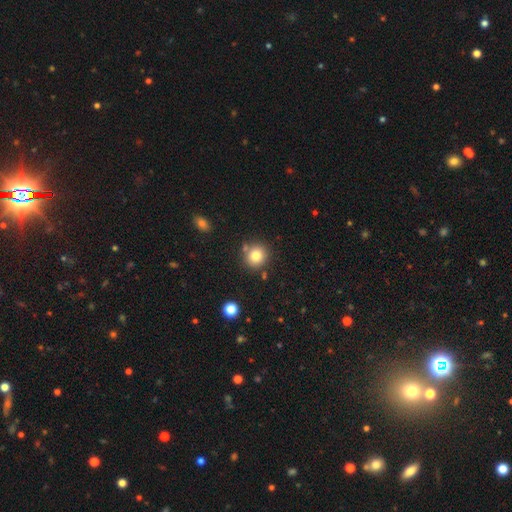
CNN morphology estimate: The model was most divided on "merging": none: 78%, merger: 10%, minor disturbance: 9%, major disturbance: 3%. More confident: how rounded — round (89%); smooth or featured — smooth (80%).